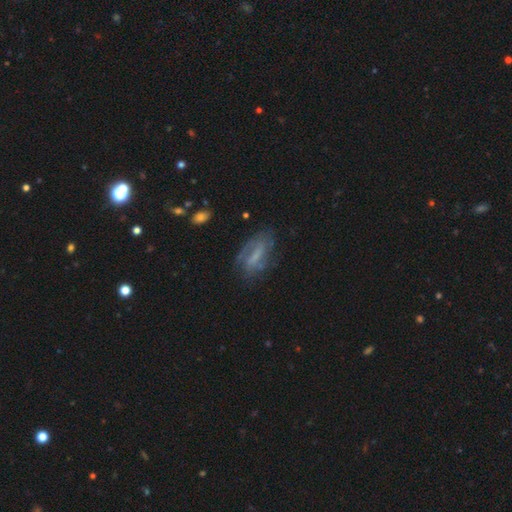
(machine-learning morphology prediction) A featured or disk galaxy (58%) with a weak bar (40%), spiral arms (71%) and no central bulge (47%). Merging: none (58%).